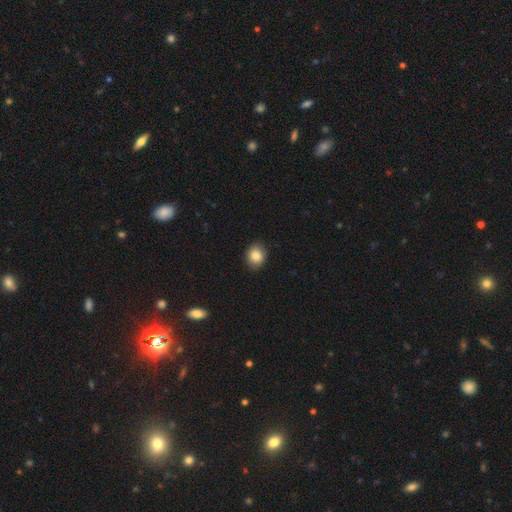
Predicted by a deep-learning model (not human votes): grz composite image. It shows a smooth galaxy with no disk features (84%) that is round (60%). Merging: none (89%).